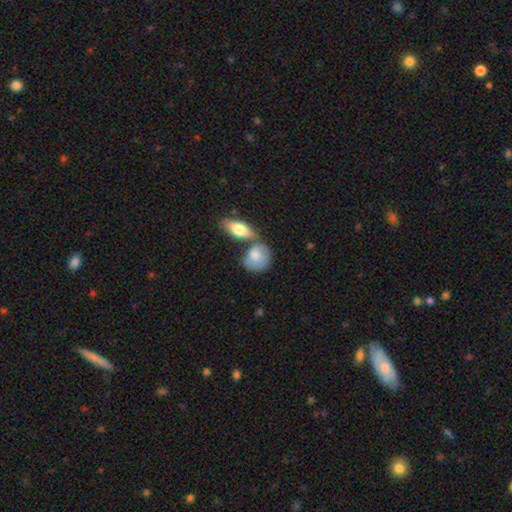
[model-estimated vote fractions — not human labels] Smooth or featured? smooth (71%)
How rounded? round (53%)
Merging? none (41%)